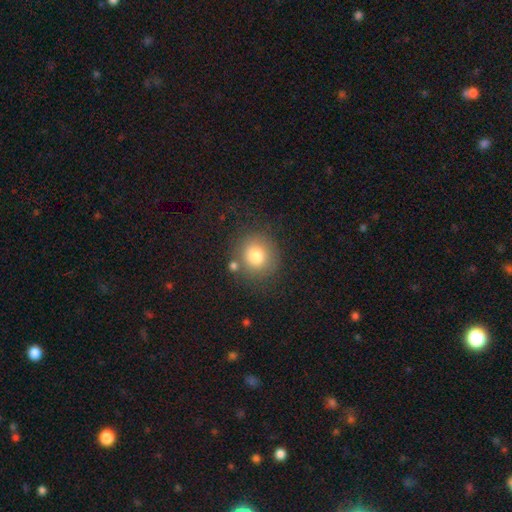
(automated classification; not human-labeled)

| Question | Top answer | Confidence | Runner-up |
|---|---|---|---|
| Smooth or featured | smooth | 79% | star or artifact (11%) |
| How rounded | round | 89% | in between (10%) |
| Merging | none | 77% | minor disturbance (11%) |